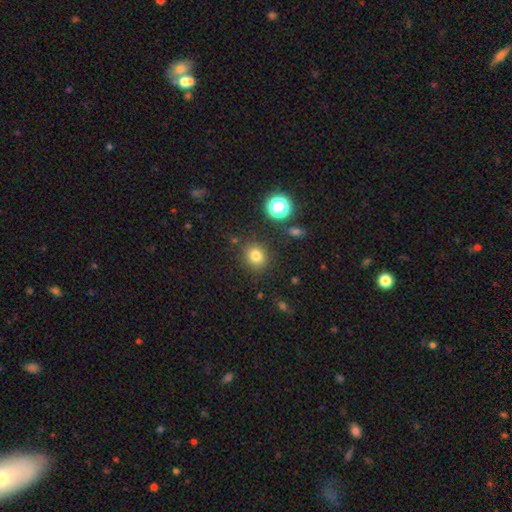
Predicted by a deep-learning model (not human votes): Q: Smooth or featured?
A: smooth (78%); runner-up: star or artifact (15%)
Q: How rounded?
A: round (80%); runner-up: in between (19%)
Q: Merging?
A: none (85%); runner-up: minor disturbance (9%)